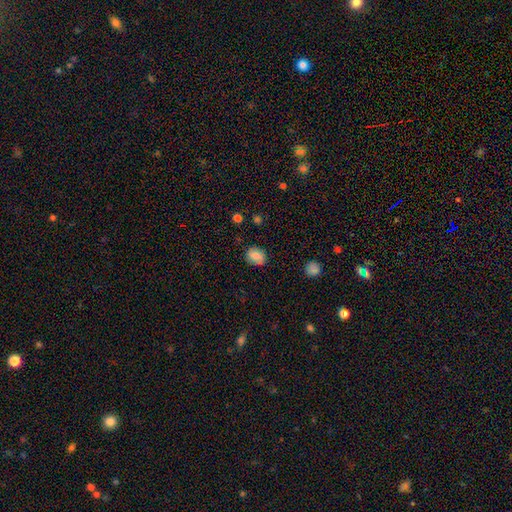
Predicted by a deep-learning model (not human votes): This is clearly a smooth galaxy (82%). How rounded: possibly in between (56%). Merging: clearly none (81%).